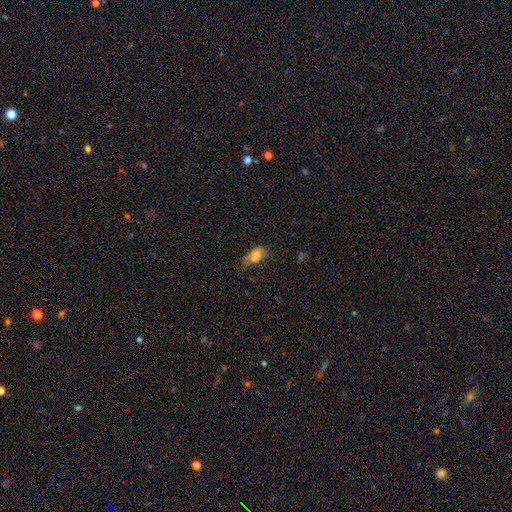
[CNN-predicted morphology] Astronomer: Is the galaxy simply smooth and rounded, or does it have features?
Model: smooth — 74%.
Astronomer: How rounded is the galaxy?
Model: in between — 89%.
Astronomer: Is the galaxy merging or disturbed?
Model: minor disturbance — 34% (runner-up: none, 30%).